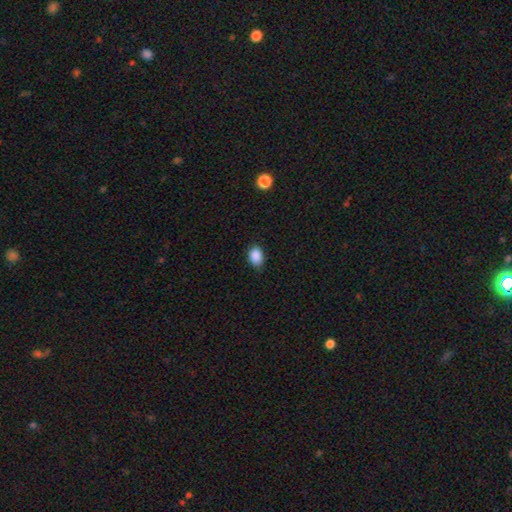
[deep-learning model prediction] Morphology: type=smooth (89%); roundness=in between (80%); merging=none (84%).